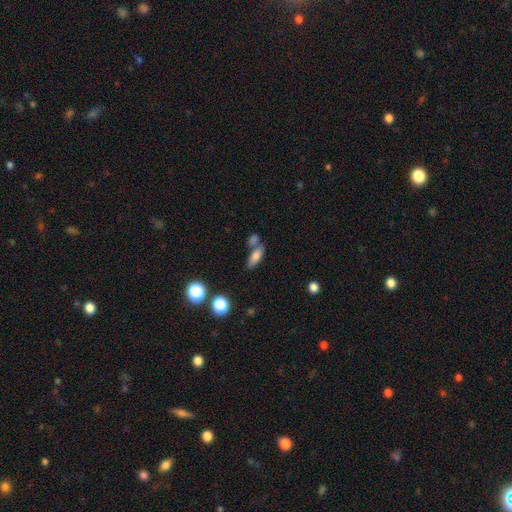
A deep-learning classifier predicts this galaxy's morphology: This appears to be a smooth galaxy with no disk features (72%) that is in between round and cigar-shaped (67%). Merging: none (48%).